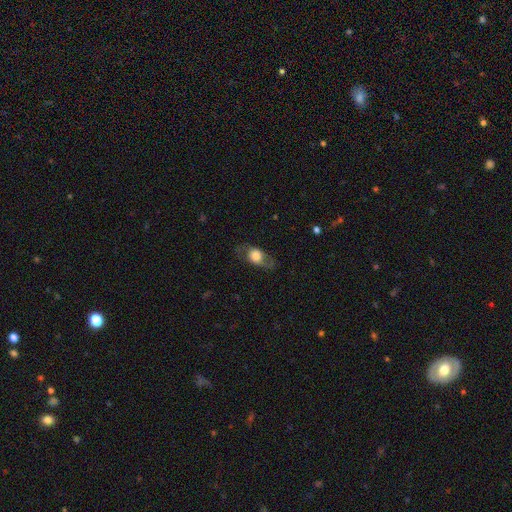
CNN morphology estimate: smooth-or-featured: smooth: 52% | featured or disk: 40% | star or artifact: 8%
  how-rounded: in between: 59% | round: 36% | cigar-shaped: 5%
  merging: none: 68% | minor disturbance: 19% | major disturbance: 12% | merger: 1%